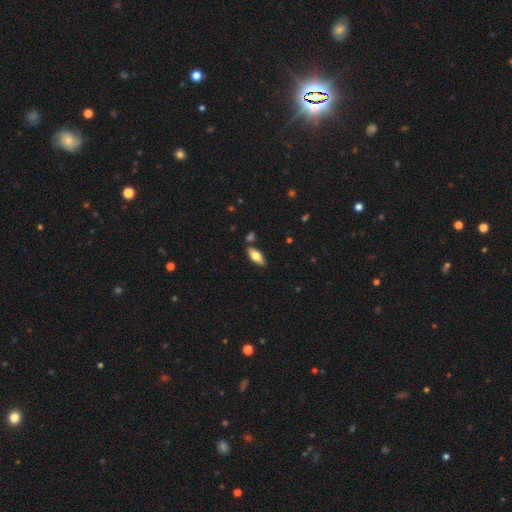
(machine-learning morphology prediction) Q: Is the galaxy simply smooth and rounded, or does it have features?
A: smooth — 63%.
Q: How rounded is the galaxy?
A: in between — 75%.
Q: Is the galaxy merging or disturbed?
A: none — 80%.